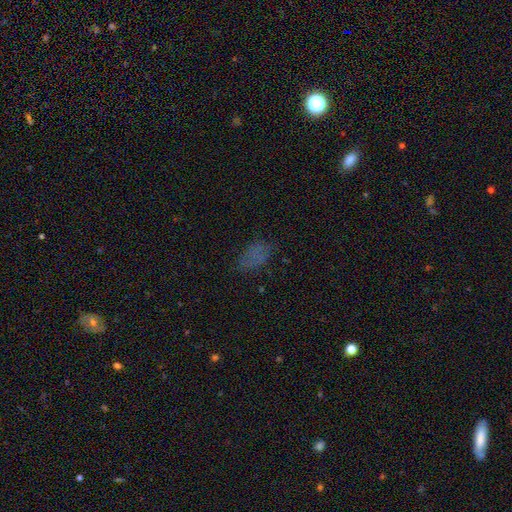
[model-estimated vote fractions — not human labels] Morphology: type=smooth (62%); roundness=in between (90%); merging=none (65%).